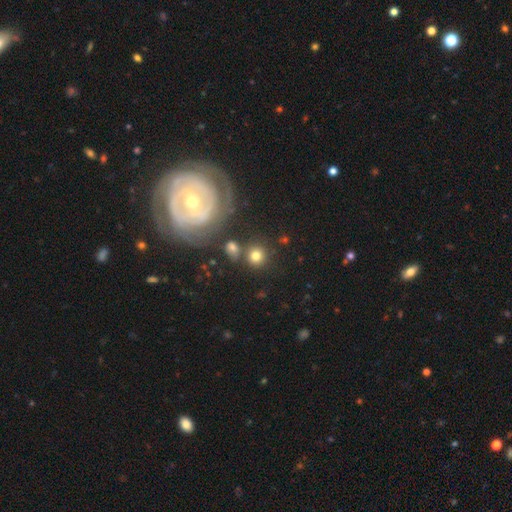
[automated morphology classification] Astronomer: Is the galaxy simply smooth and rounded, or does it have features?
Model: smooth — 75%.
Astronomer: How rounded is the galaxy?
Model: round — 88%.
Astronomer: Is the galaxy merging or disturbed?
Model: none — 74%.